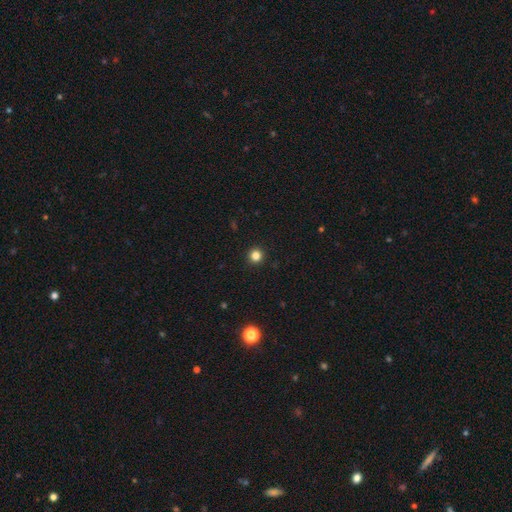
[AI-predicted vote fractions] This appears to be a smooth galaxy with no disk features (83%) that is round (96%). Merging: none (93%).